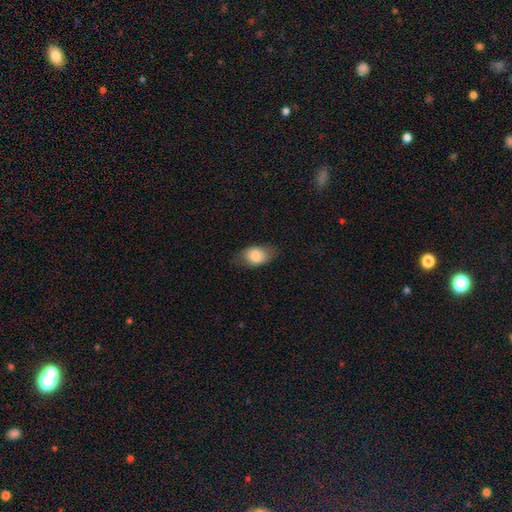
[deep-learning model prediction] Overall: smooth (79%). How rounded: in between (82%). Merging: none (73%).